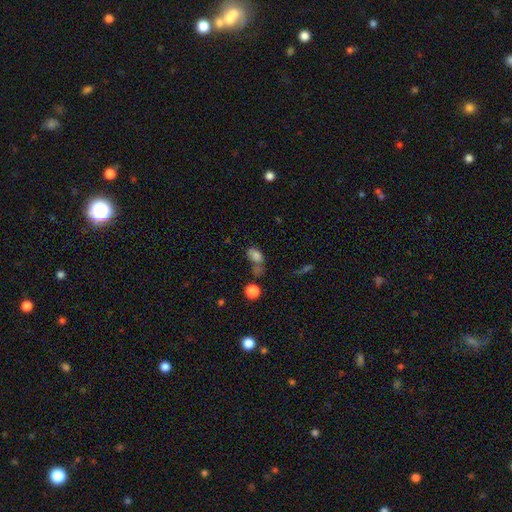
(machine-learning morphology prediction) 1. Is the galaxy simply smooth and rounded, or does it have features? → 78% smooth, 13% star or artifact, 9% featured or disk.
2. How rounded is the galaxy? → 83% in between, 15% round, 2% cigar-shaped.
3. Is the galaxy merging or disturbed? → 39% none, 28% merger, 20% minor disturbance, 14% major disturbance.